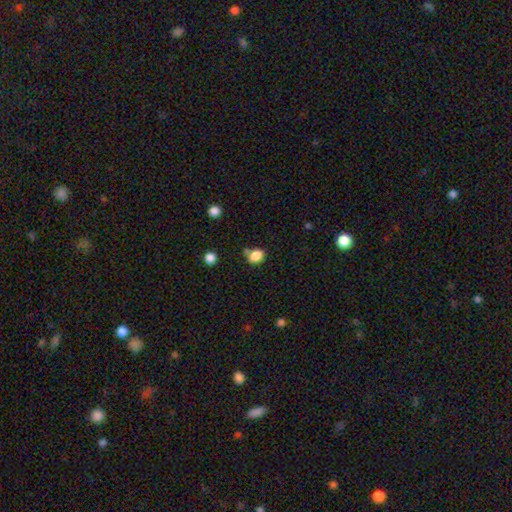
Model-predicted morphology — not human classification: Smooth or featured?
  - smooth: 85% *
  - star or artifact: 10%
  - featured or disk: 5%
How rounded?
  - in between: 55% *
  - round: 44%
  - cigar-shaped: 1%
Merging?
  - none: 67% *
  - minor disturbance: 15%
  - merger: 13%
  - major disturbance: 4%